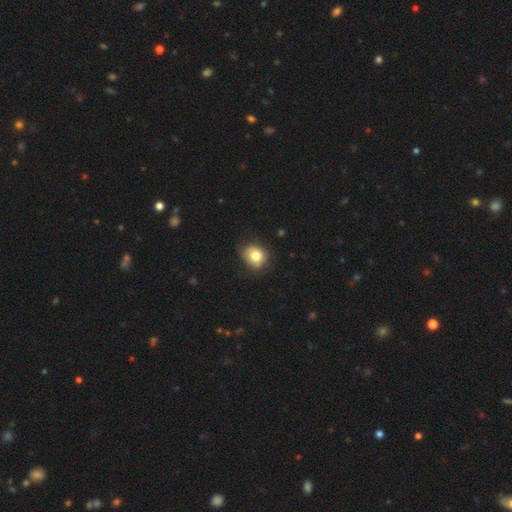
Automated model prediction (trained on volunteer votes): This appears to be a smooth galaxy with no disk features (78%) that is round (66%). Merging: none (67%).